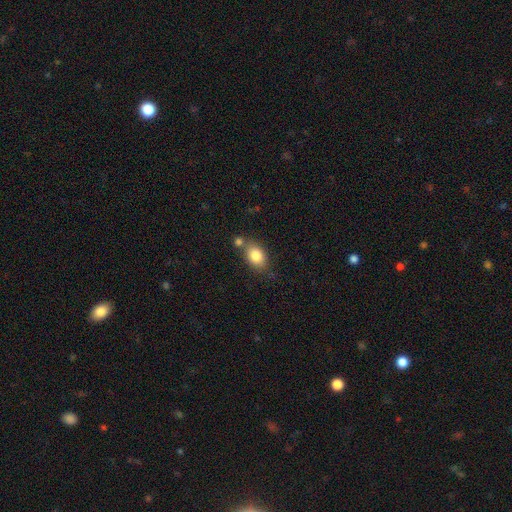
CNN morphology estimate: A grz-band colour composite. It shows a smooth galaxy with no disk features (82%) that is in between round and cigar-shaped (76%). Merging: none (57%).